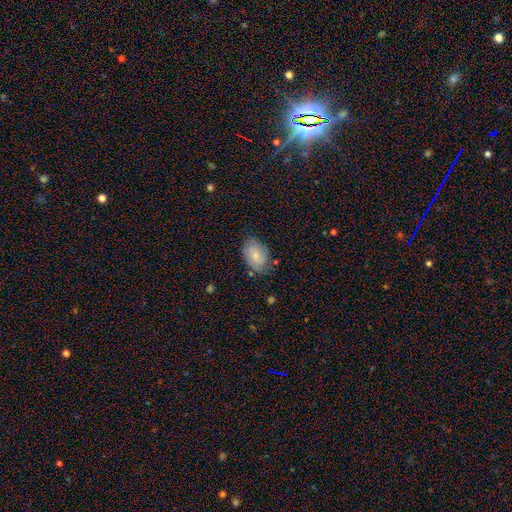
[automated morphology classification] type=smooth (71%); roundness=in between (83%); merging=none (68%).